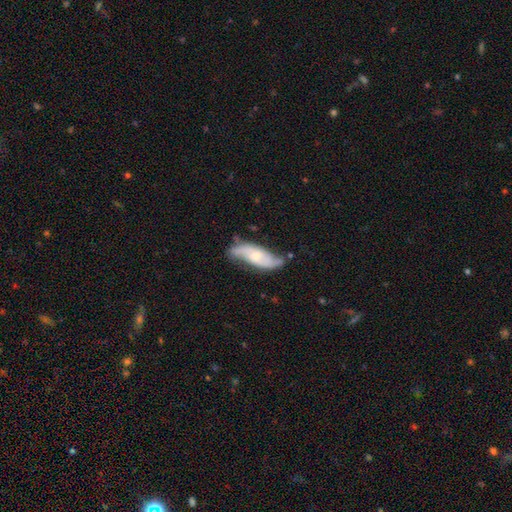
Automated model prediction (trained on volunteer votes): Morphology: type=featured or disk (69%); edge-on=no (84%); bar=no (61%); spiral arms=yes (90%); winding=loose (44%); arm count=2 (84%); bulge=small (47%); merging=none (66%).